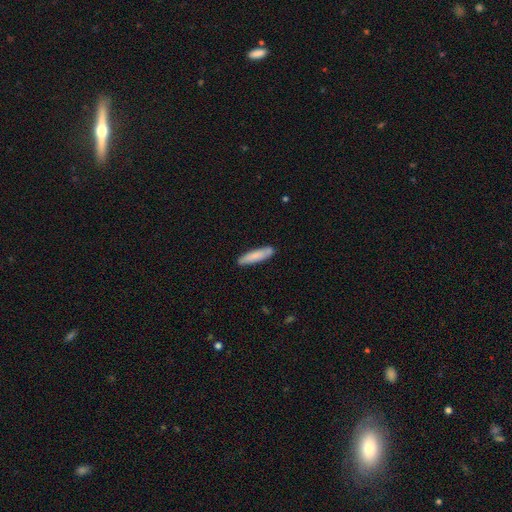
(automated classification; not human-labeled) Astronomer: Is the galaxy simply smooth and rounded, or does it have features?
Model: smooth — 79%.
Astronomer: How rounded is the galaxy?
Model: cigar-shaped — 81%.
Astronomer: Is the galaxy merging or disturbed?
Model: none — 82%.